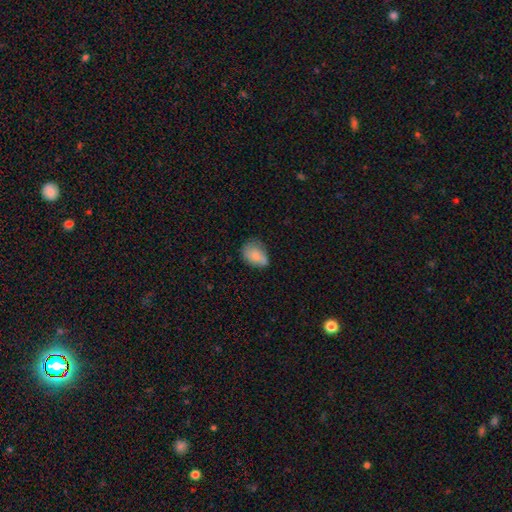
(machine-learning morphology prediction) A smooth galaxy with no disk features (76%) that is in between round and cigar-shaped (78%). Merging: none (49%).